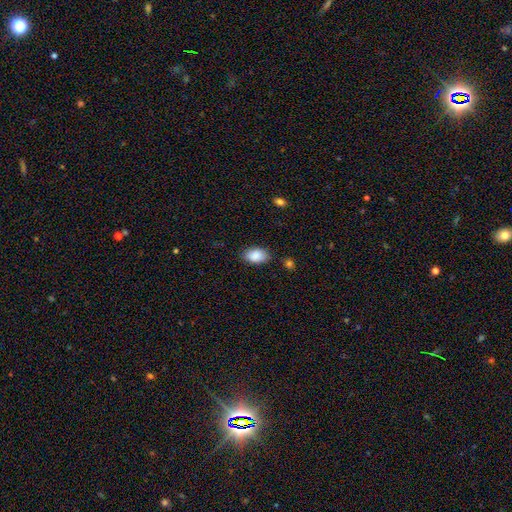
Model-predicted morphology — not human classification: A smooth galaxy with no disk features (89%) that is in between round and cigar-shaped (91%).

Vote fractions:
- Smooth or featured? smooth: 89% / star or artifact: 7% / featured or disk: 4%
- How rounded? in between: 91% / round: 8% / cigar-shaped: 2%
- Merging? none: 81% / minor disturbance: 15% / major disturbance: 3% / merger: 2%